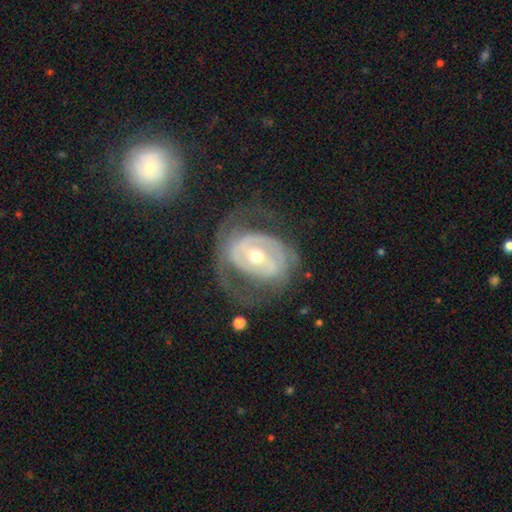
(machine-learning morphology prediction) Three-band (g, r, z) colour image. It shows a featured or disk galaxy (80%) with no bar (38%), 2 (52%) tight (47%) spiral arms (73%) and a moderate central bulge (57%). Merging: none (50%).